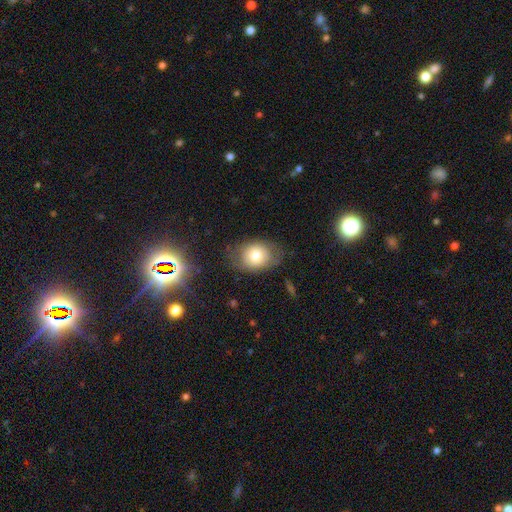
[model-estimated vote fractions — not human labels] A smooth galaxy with no disk features (74%) that is in between round and cigar-shaped (59%).

Vote fractions:
- Smooth or featured? smooth: 74% / featured or disk: 17% / star or artifact: 10%
- How rounded? in between: 59% / round: 40% / cigar-shaped: 1%
- Merging? none: 70% / minor disturbance: 20% / major disturbance: 8% / merger: 2%